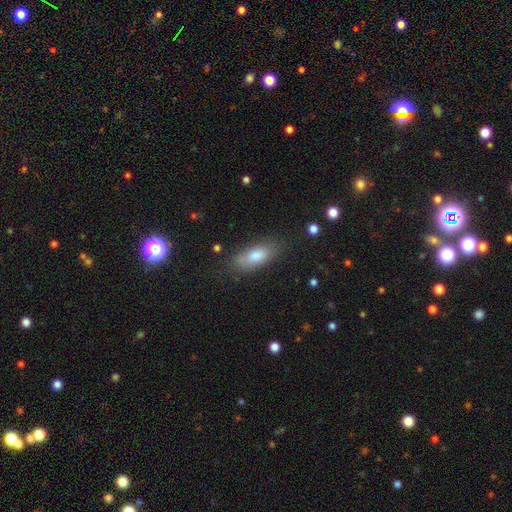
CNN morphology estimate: type=smooth (77%); roundness=in between (77%); merging=none (78%).